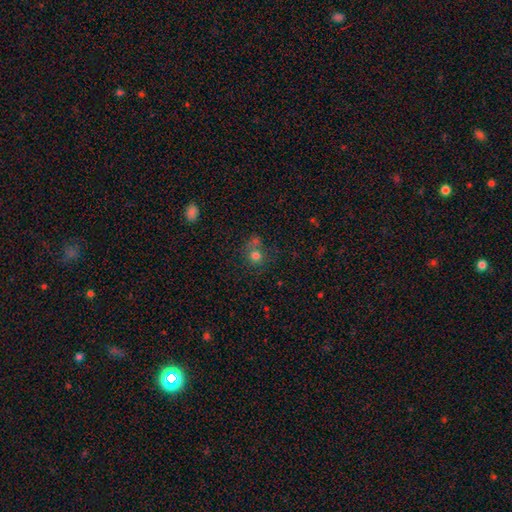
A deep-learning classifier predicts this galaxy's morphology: smooth-or-featured: smooth: 72% | star or artifact: 16% | featured or disk: 12%
  how-rounded: round: 84% | in between: 15% | cigar-shaped: 1%
  merging: none: 49% | merger: 32% | minor disturbance: 12% | major disturbance: 7%